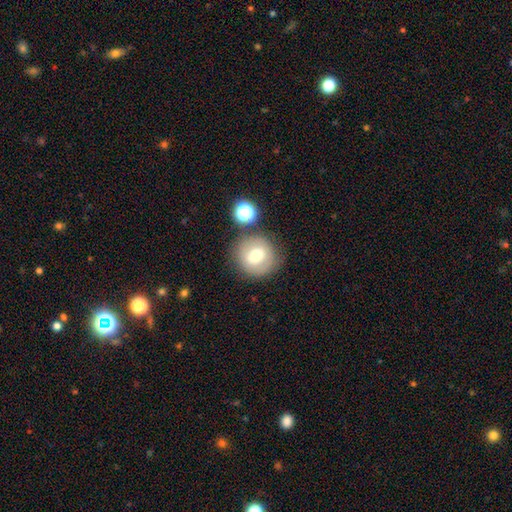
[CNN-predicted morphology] This is likely a smooth galaxy (68%). How rounded: clearly round (89%). Merging: likely none (75%).